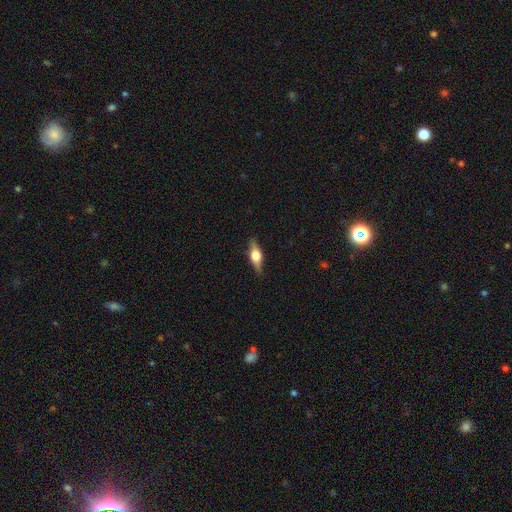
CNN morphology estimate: Overall: featured or disk (63%; smooth 30%). Edge-on disk: yes (95%). Edge-on bulge: rounded (93%). Merging: none (86%).